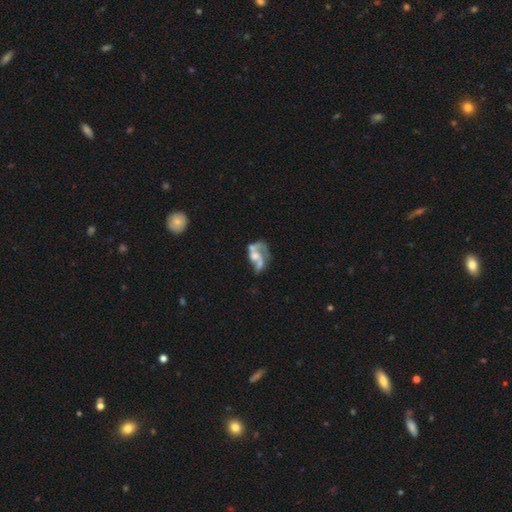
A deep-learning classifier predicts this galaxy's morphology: smooth-or-featured: featured or disk: 67% | smooth: 22% | star or artifact: 11%
  disk-edge-on: no: 98% | yes: 2%
    bar: no: 74% | weak: 20% | strong: 6%
    has-spiral-arms: yes: 55% | no: 45%
    bulge-size: moderate: 35% | none: 28% | small: 20% | large: 14% | dominant: 3%
  merging: merger: 39% | major disturbance: 31% | none: 19% | minor disturbance: 11%